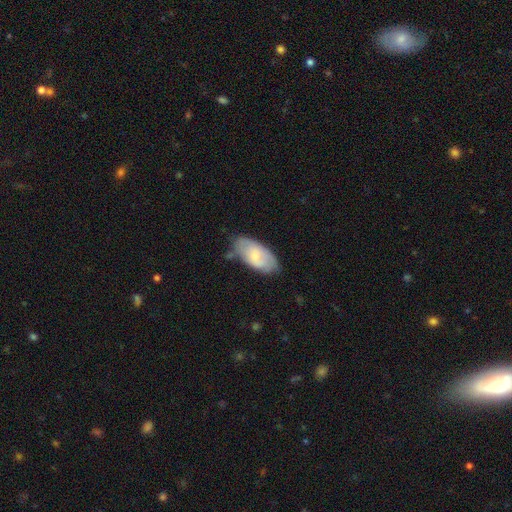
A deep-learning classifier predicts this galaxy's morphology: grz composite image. It shows a smooth galaxy with no disk features (64%) that is in between round and cigar-shaped (94%). Merging: none (64%).